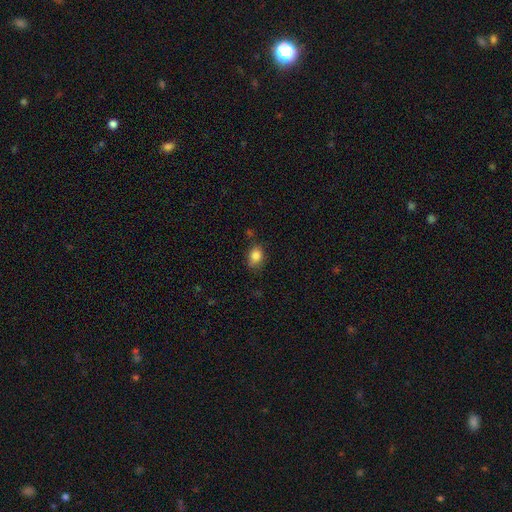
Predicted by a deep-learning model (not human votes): Smooth or featured? smooth (86%)
How rounded? in between (62%)
Merging? none (72%)